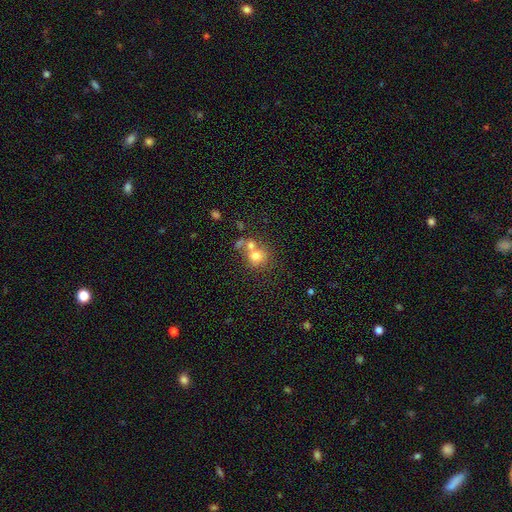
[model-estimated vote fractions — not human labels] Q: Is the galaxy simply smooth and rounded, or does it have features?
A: smooth — 70%.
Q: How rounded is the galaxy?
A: round — 79%.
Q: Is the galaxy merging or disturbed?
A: merger — 45%.